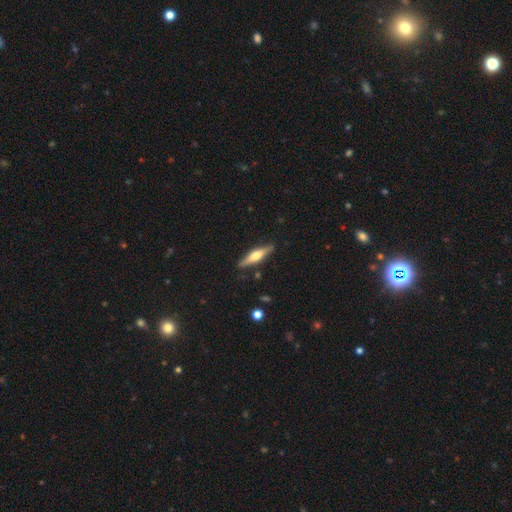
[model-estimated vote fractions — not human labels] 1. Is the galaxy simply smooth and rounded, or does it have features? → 57% featured or disk, 37% smooth, 6% star or artifact.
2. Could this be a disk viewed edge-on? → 95% yes, 5% no.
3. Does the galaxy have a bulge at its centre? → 84% rounded, 11% boxy, 5% none.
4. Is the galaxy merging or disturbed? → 87% none, 10% minor disturbance, 2% major disturbance, 2% merger.